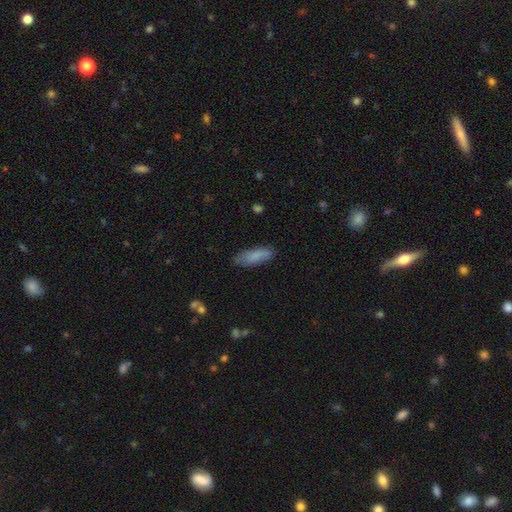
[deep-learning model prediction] Overall: smooth (83%). How rounded: in between (55%; cigar-shaped 43%). Merging: none (80%).